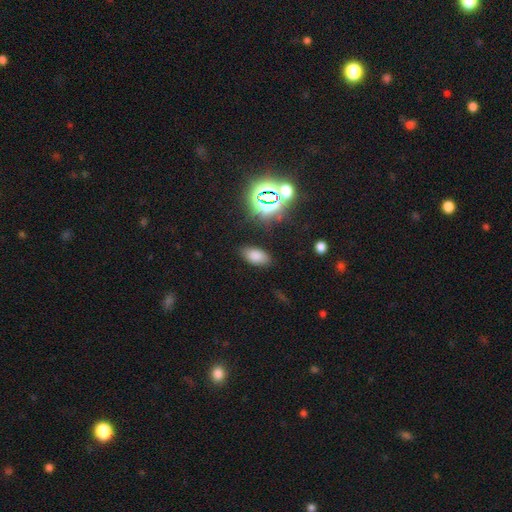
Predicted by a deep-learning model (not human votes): The model was most divided on "smooth or featured": smooth: 73%, star or artifact: 19%, featured or disk: 8%. More confident: how rounded — in between (92%); merging — none (84%).